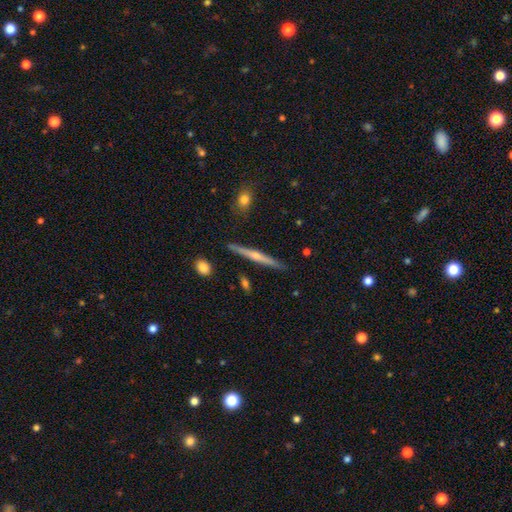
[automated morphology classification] Smooth or featured? featured or disk (65%)
Edge-on disk? yes (98%)
Edge-on bulge? rounded (71%)
Merging? none (90%)